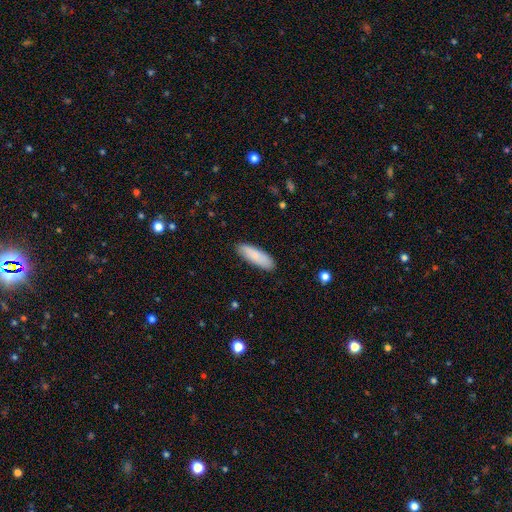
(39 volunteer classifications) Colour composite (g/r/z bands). It shows a smooth galaxy with no disk features (97%) that is in between round and cigar-shaped (63%). Merging: none (90%).